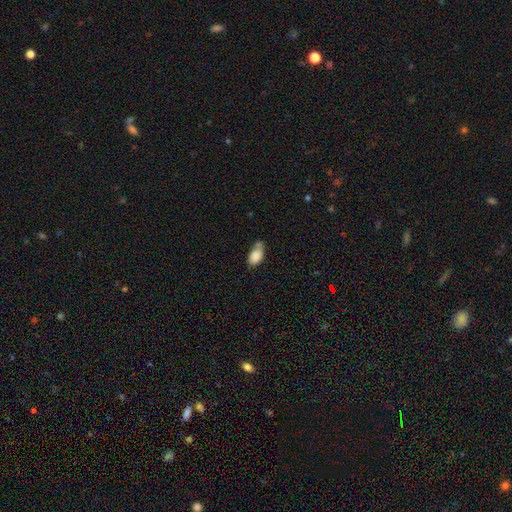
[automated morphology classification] A smooth galaxy with no disk features (85%) that is in between round and cigar-shaped (89%).

Vote fractions:
- Smooth or featured? smooth: 85% / star or artifact: 8% / featured or disk: 7%
- How rounded? in between: 89% / round: 9% / cigar-shaped: 2%
- Merging? none: 39% / merger: 27% / minor disturbance: 25% / major disturbance: 9%